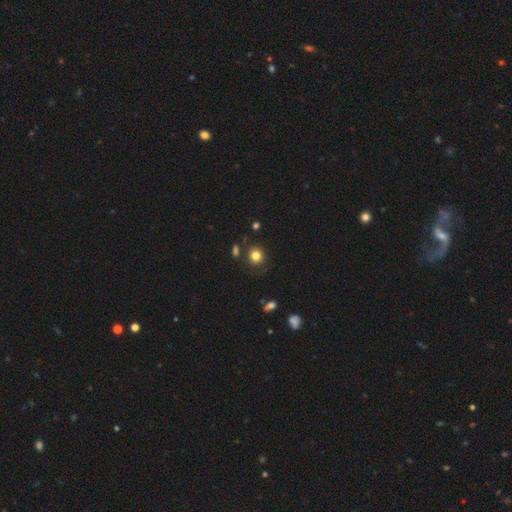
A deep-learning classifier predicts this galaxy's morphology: A smooth galaxy with no disk features (81%) that is round (88%).

Vote fractions:
- Smooth or featured? smooth: 81% / star or artifact: 12% / featured or disk: 6%
- How rounded? round: 88% / in between: 12% / cigar-shaped: 1%
- Merging? none: 81% / minor disturbance: 11% / merger: 5% / major disturbance: 4%